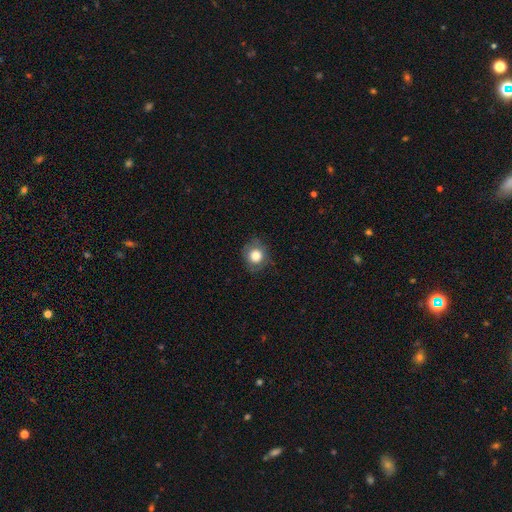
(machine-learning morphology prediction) Smooth or featured?
  - smooth: 79% *
  - featured or disk: 11%
  - star or artifact: 10%
How rounded?
  - round: 81% *
  - in between: 18%
  - cigar-shaped: 1%
Merging?
  - none: 77% *
  - minor disturbance: 17%
  - major disturbance: 5%
  - merger: 1%